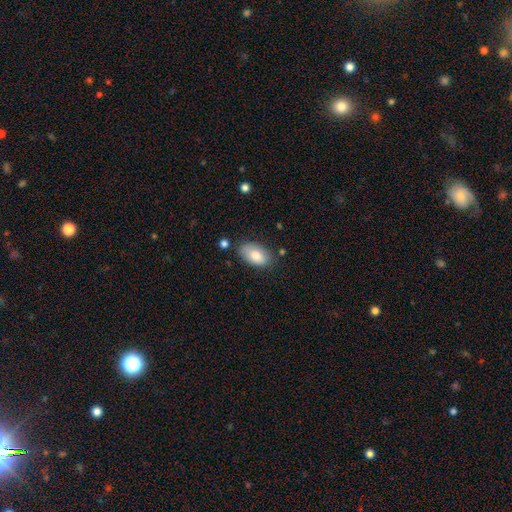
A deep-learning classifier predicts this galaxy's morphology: This appears to be a smooth galaxy with no disk features (80%) that is in between round and cigar-shaped (93%). Merging: none (73%).